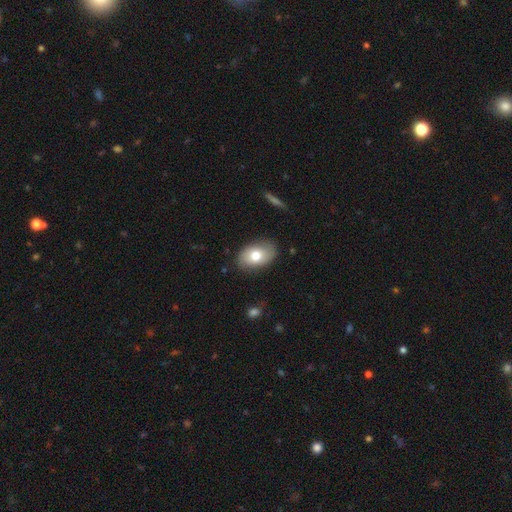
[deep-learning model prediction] Smooth or featured?
  - smooth: 73% *
  - featured or disk: 20%
  - star or artifact: 7%
How rounded?
  - in between: 90% *
  - round: 9%
  - cigar-shaped: 1%
Merging?
  - none: 84% *
  - minor disturbance: 12%
  - major disturbance: 3%
  - merger: 1%